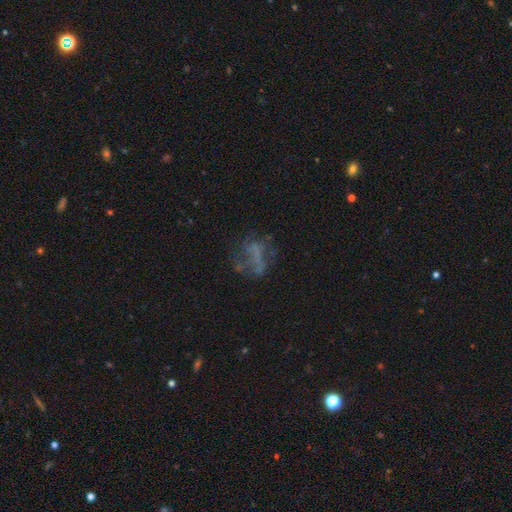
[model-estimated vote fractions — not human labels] This is possibly a featured or disk galaxy (46%). Merging: possibly none (47%).